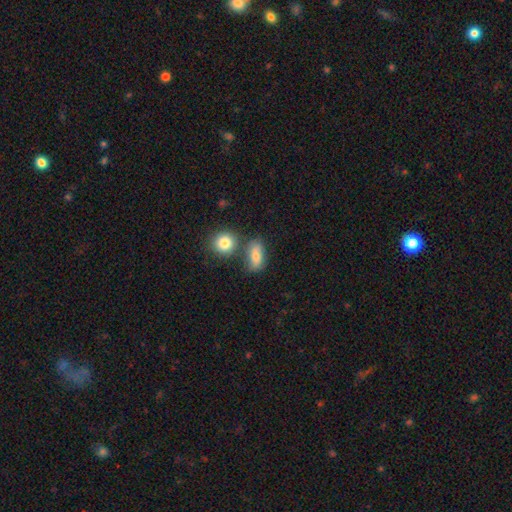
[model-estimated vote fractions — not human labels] The model was most divided on "merging": none: 61%, merger: 18%, minor disturbance: 15%, major disturbance: 5%. More confident: how rounded — in between (77%); smooth or featured — smooth (77%).